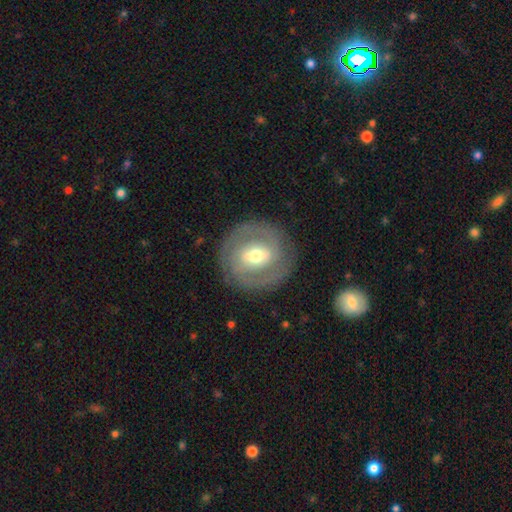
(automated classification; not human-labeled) The model was most divided on "bar": weak: 45%, strong: 31%, no: 24%. More confident: edge-on disk — no (96%); merging — none (85%); spiral arms — yes (76%); smooth or featured — featured or disk (74%); spiral arm count — 2 (69%); bulge size — moderate (67%); spiral winding — tight (61%).